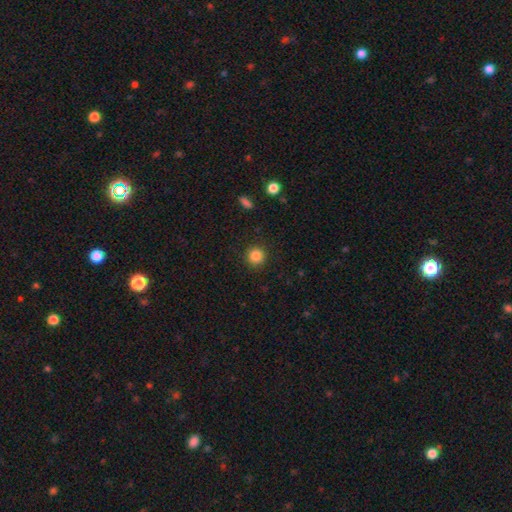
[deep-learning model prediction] Q: Smooth or featured?
A: smooth (85%); runner-up: star or artifact (11%)
Q: How rounded?
A: round (94%); runner-up: in between (5%)
Q: Merging?
A: none (91%); runner-up: minor disturbance (6%)